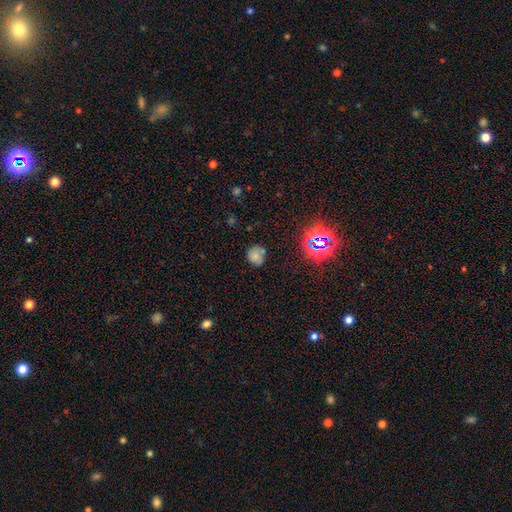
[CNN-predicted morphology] The model was most divided on "merging": none: 66%, minor disturbance: 21%, merger: 7%, major disturbance: 6%. More confident: how rounded — round (80%); smooth or featured — smooth (66%).